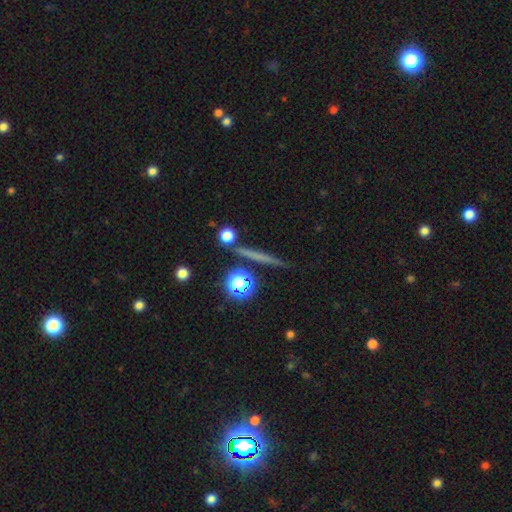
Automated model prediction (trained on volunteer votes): This appears to be a smooth galaxy with no disk features (42%). Merging: none (85%).